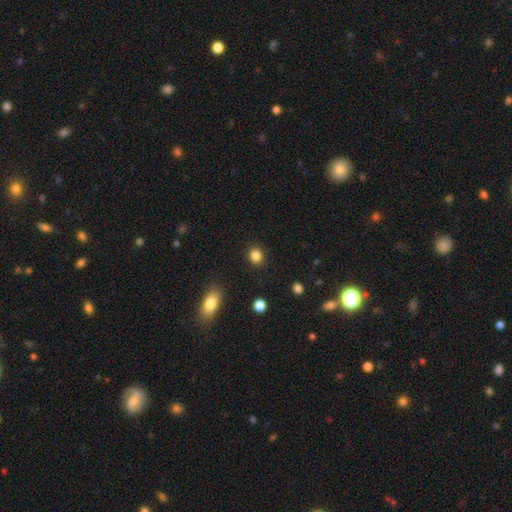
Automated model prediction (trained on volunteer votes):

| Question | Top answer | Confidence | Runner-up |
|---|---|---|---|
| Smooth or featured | smooth | 85% | star or artifact (11%) |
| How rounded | round | 79% | in between (20%) |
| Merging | none | 90% | minor disturbance (7%) |